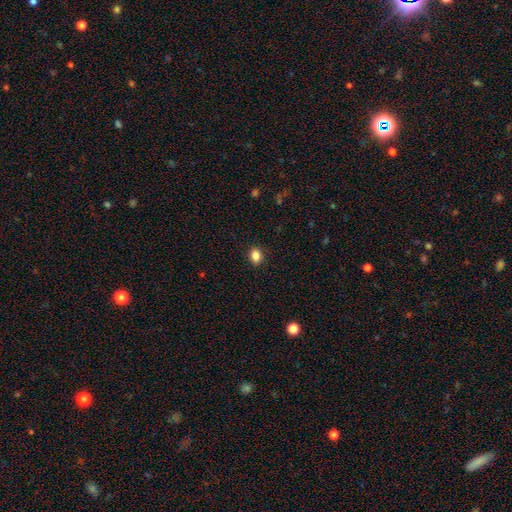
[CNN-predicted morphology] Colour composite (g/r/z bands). It shows a smooth galaxy with no disk features (86%) that is in between round and cigar-shaped (61%). Merging: none (89%).